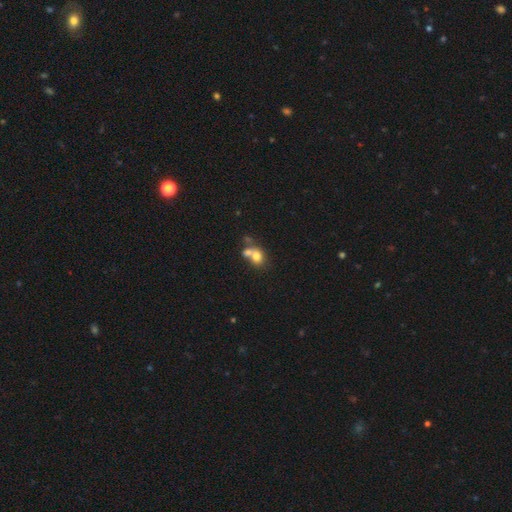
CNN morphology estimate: Smooth or featured?
  - smooth: 73% *
  - featured or disk: 16%
  - star or artifact: 11%
How rounded?
  - round: 63% *
  - in between: 36%
  - cigar-shaped: 1%
Merging?
  - merger: 55% *
  - none: 31%
  - minor disturbance: 8%
  - major disturbance: 5%